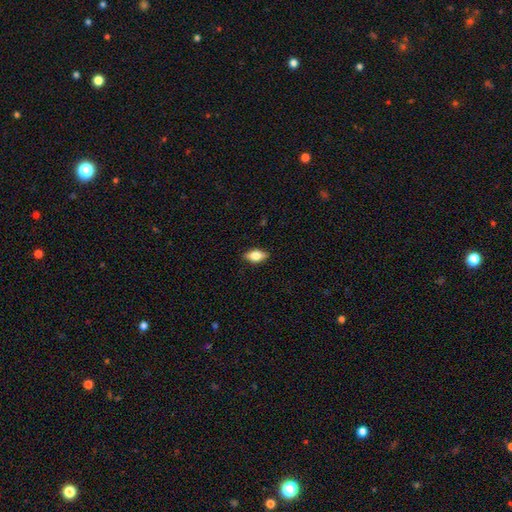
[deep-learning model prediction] Q: Smooth or featured?
A: smooth (73%); runner-up: featured or disk (19%)
Q: How rounded?
A: in between (87%); runner-up: cigar-shaped (7%)
Q: Merging?
A: none (87%); runner-up: minor disturbance (10%)